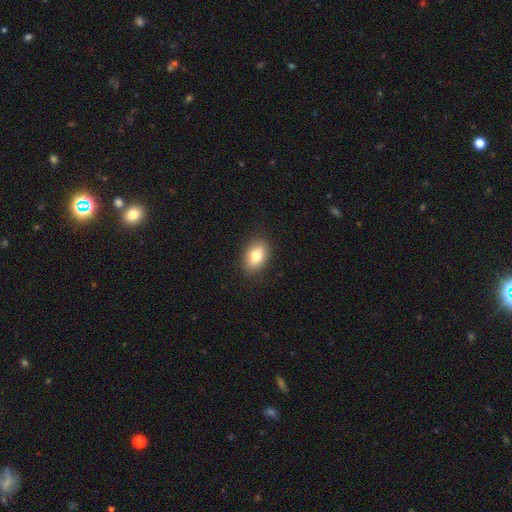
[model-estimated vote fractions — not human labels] smooth_or_featured: smooth (p=0.78) [alt: featured or disk p=0.13]
how_rounded: in between (p=0.85) [alt: round p=0.13]
merging: none (p=0.88) [alt: minor disturbance p=0.09]